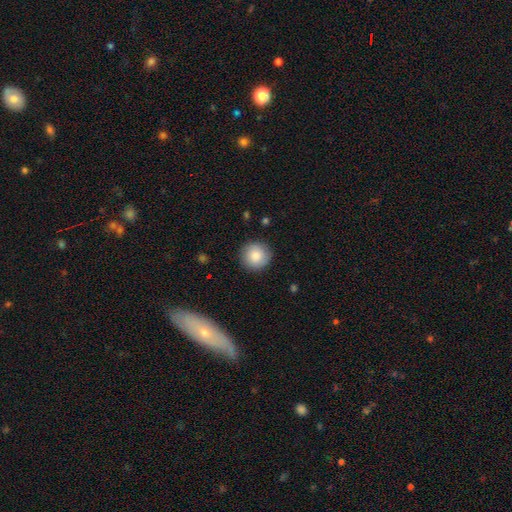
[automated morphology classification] Overall: smooth (86%). How rounded: round (95%). Merging: none (89%).